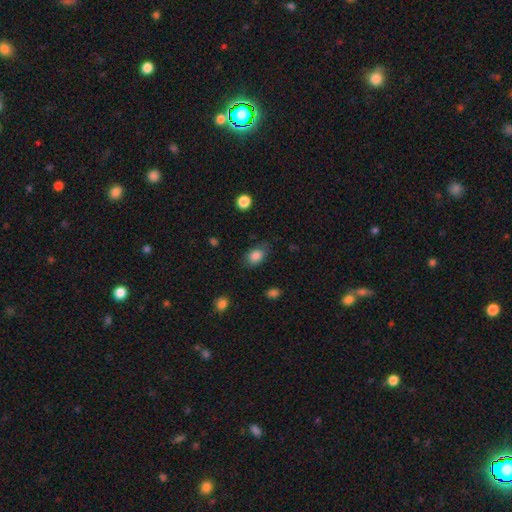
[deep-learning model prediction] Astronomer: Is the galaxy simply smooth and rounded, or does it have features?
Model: smooth — 85%.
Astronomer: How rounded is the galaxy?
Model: in between — 79%.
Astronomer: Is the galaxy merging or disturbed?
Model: none — 72%.